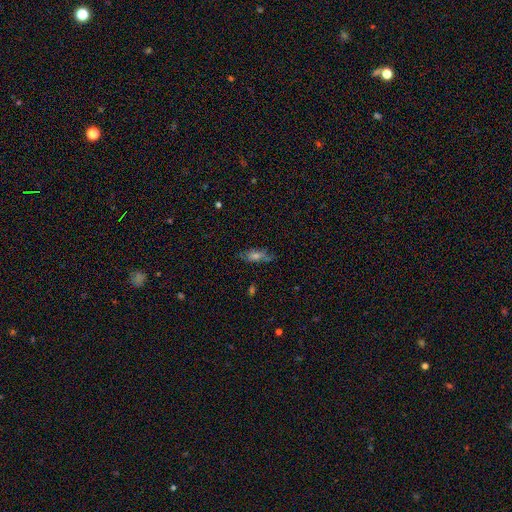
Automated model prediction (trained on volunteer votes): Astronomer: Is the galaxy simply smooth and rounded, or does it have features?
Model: smooth — 41% (runner-up: featured or disk, 38%).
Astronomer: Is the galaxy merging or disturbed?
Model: none — 73%.